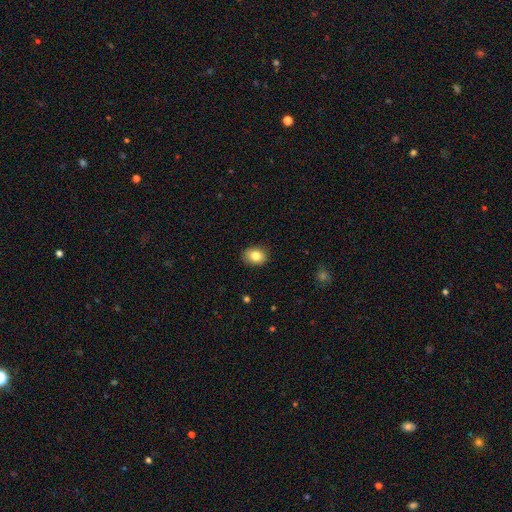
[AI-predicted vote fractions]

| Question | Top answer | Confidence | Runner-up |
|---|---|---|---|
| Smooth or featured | smooth | 83% | star or artifact (9%) |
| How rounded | in between | 56% | round (43%) |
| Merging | none | 88% | minor disturbance (9%) |